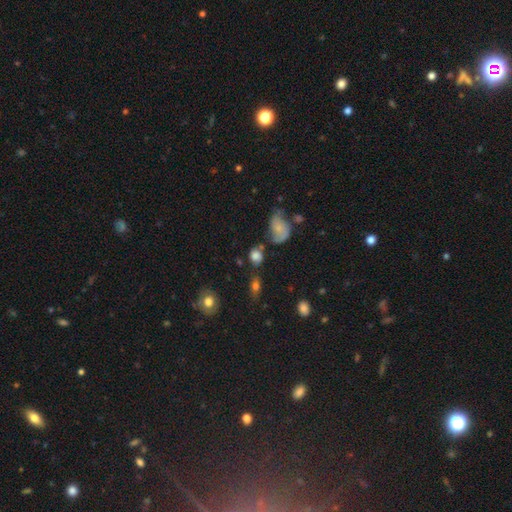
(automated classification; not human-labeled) smooth 73%, featured or disk 15%, star or artifact 12%. Down the decision tree: how rounded — round (63%); merging — none (53%).